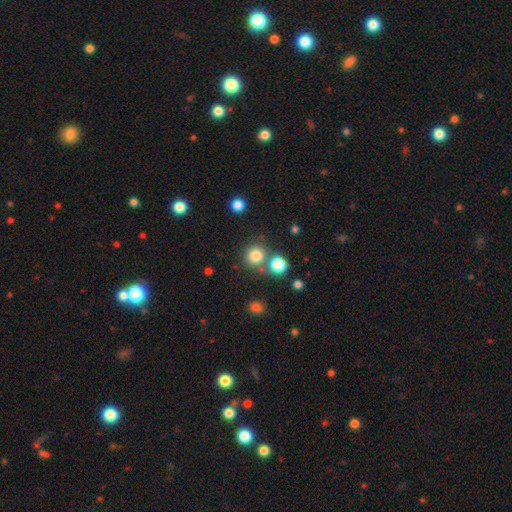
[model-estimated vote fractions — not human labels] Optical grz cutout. It shows a smooth galaxy with no disk features (80%) that is round (90%). Merging: none (66%).